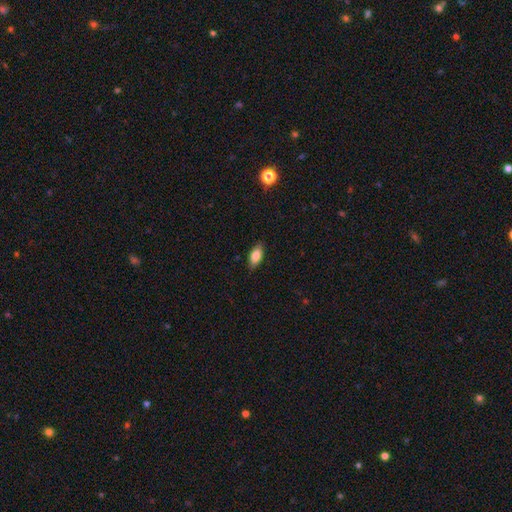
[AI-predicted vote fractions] Smooth or featured? smooth (81%)
How rounded? in between (86%)
Merging? none (85%)